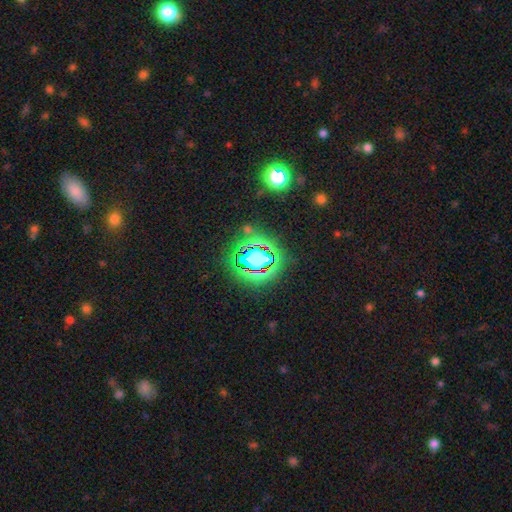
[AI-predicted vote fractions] The model was most divided on "smooth or featured": star or artifact: 67%, smooth: 21%, featured or disk: 11%.